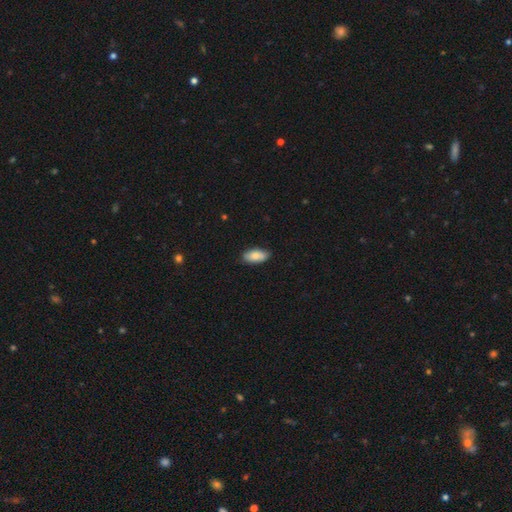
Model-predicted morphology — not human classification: Smooth or featured: smooth — 80% (featured or disk — 14%)
How rounded: in between — 91% (cigar-shaped — 7%)
Merging: none — 83% (minor disturbance — 14%)